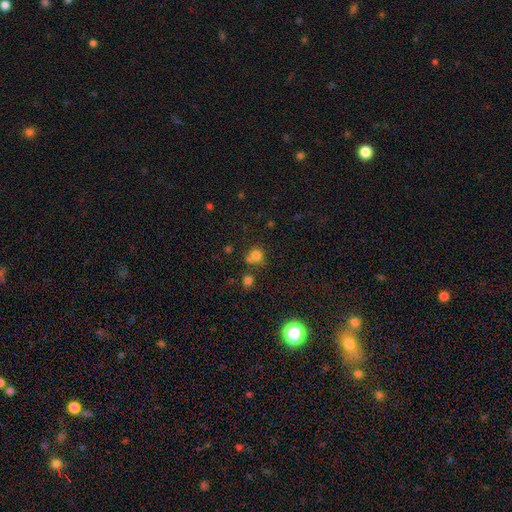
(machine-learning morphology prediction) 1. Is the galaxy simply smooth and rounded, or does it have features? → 74% smooth, 17% star or artifact, 9% featured or disk.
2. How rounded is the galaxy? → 78% round, 21% in between, 1% cigar-shaped.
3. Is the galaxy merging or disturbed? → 50% none, 32% merger, 12% minor disturbance, 5% major disturbance.